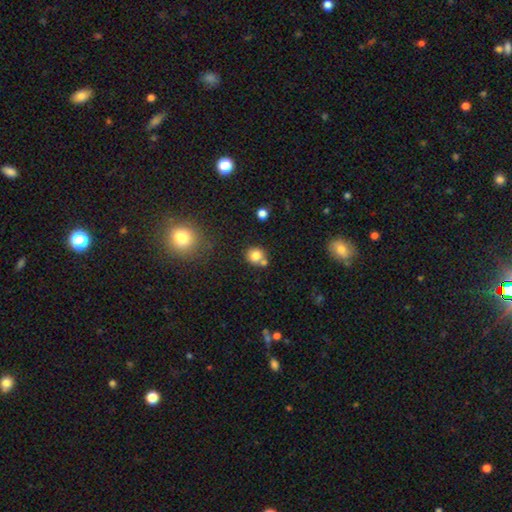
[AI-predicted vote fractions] smooth_or_featured: smooth (p=0.80) [alt: star or artifact p=0.11]
how_rounded: round (p=0.83) [alt: in between p=0.16]
merging: none (p=0.60) [alt: merger p=0.26]